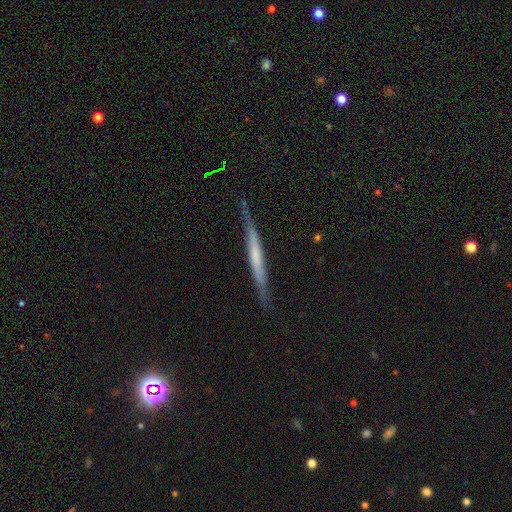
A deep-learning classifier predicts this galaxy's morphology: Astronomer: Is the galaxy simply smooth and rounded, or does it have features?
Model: featured or disk — 59% (runner-up: smooth, 36%).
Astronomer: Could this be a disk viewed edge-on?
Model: yes — 94%.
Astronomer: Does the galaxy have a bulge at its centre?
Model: none — 69%.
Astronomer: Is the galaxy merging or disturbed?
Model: none — 81%.